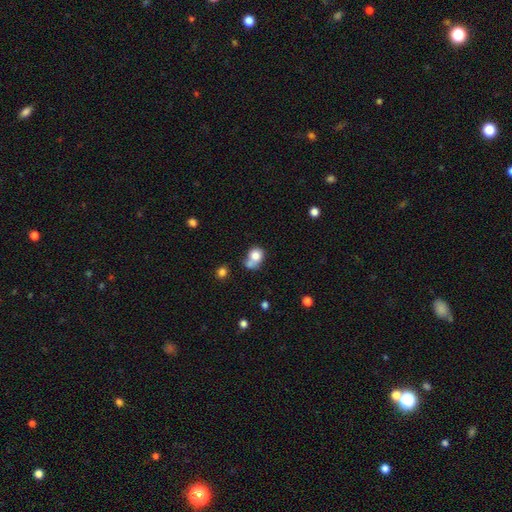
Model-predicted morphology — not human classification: This appears to be a smooth galaxy with no disk features (79%) that is round (67%). Merging: merger (44%).